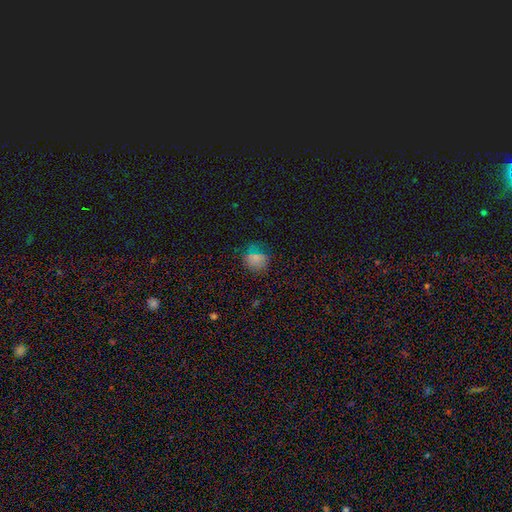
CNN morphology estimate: Overall: smooth (65%; star or artifact 26%). How rounded: round (75%). Merging: none (75%).